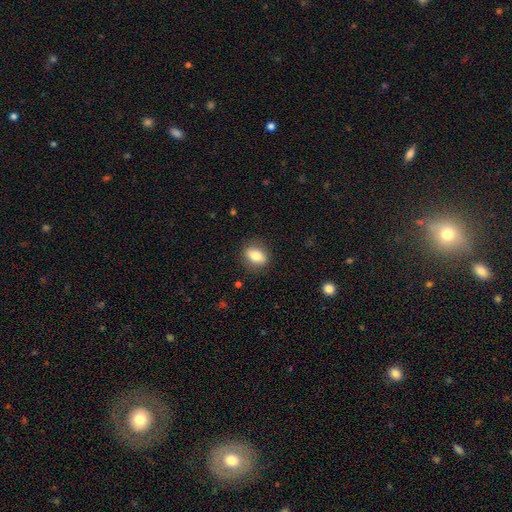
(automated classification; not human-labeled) smooth-or-featured: smooth: 78% | featured or disk: 15% | star or artifact: 8%
  how-rounded: in between: 71% | round: 26% | cigar-shaped: 4%
  merging: none: 85% | minor disturbance: 11% | major disturbance: 3% | merger: 1%